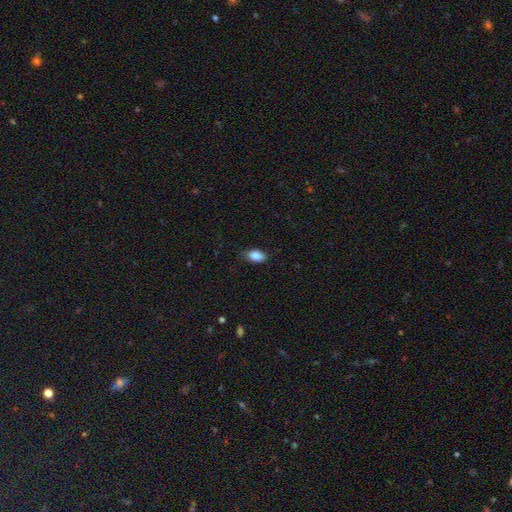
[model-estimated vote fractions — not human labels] Morphology: type=smooth (87%); roundness=in between (90%); merging=none (77%).